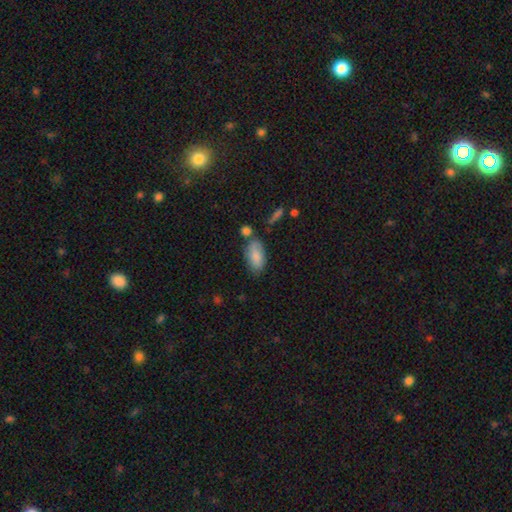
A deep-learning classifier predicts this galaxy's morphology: Smooth or featured? Predicted: smooth (p=0.84). How rounded? Predicted: in between (p=0.92). Merging? Predicted: none (p=0.65).